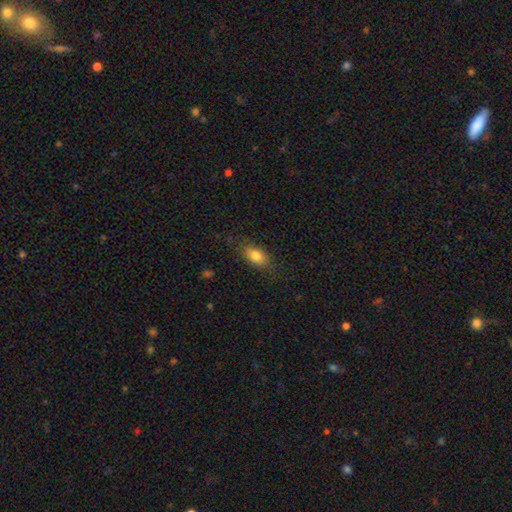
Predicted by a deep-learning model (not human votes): Smooth or featured: smooth — 81% (featured or disk — 11%)
How rounded: in between — 86% (cigar-shaped — 8%)
Merging: none — 79% (minor disturbance — 15%)